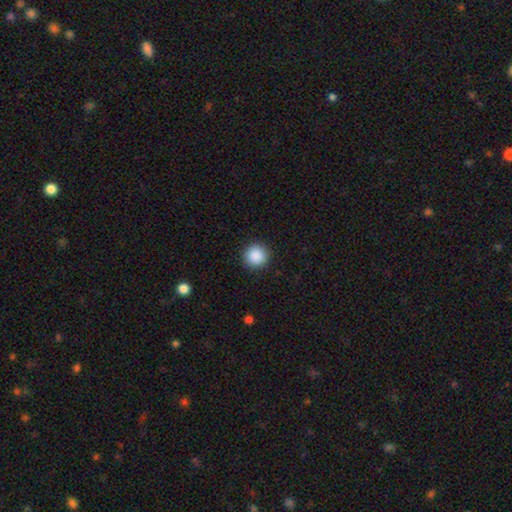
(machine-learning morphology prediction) Smooth or featured? Predicted: smooth (p=0.89). How rounded? Predicted: round (p=0.95). Merging? Predicted: none (p=0.92).